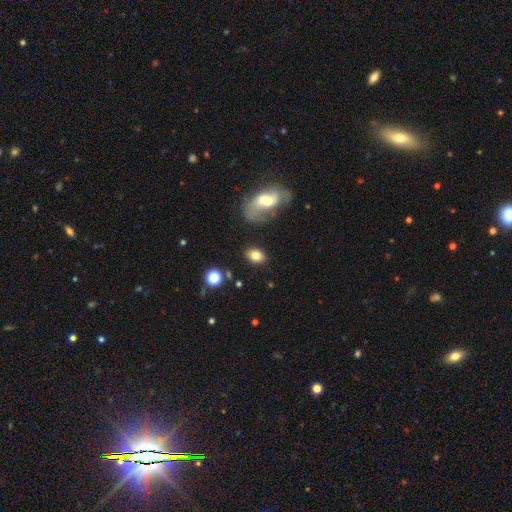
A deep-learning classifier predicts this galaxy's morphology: Smooth or featured?
  - smooth: 79% *
  - featured or disk: 11%
  - star or artifact: 10%
How rounded?
  - in between: 74% *
  - round: 24%
  - cigar-shaped: 2%
Merging?
  - none: 83% *
  - minor disturbance: 11%
  - major disturbance: 4%
  - merger: 3%